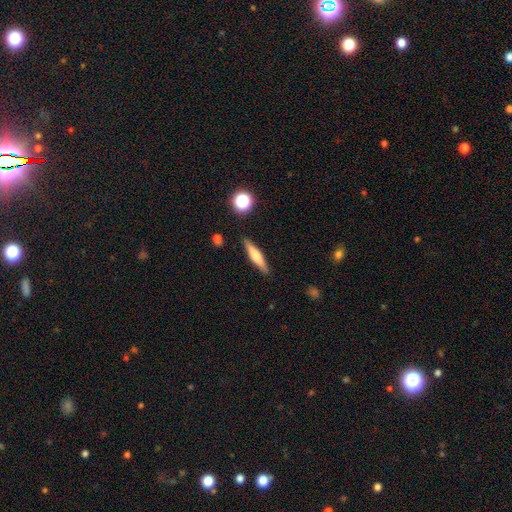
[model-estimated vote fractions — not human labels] Smooth or featured? Predicted: smooth (p=0.54). How rounded? Predicted: cigar-shaped (p=0.84). Merging? Predicted: none (p=0.88).